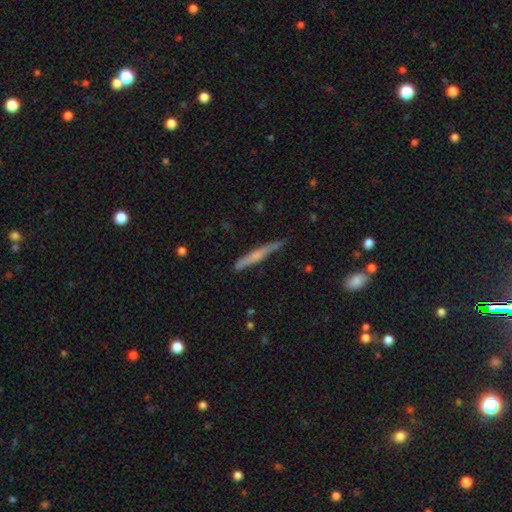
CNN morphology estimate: Smooth or featured? featured or disk (52%)
Edge-on disk? yes (96%)
Edge-on bulge? rounded (52%)
Merging? none (83%)